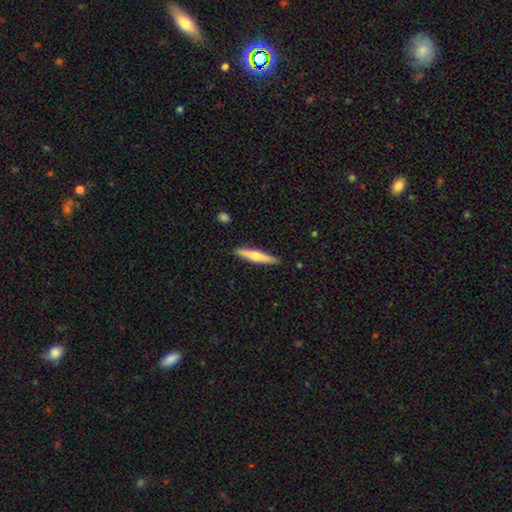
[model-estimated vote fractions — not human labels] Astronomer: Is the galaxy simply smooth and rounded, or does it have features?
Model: featured or disk — 48% (runner-up: smooth, 47%).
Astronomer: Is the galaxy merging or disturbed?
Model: none — 90%.